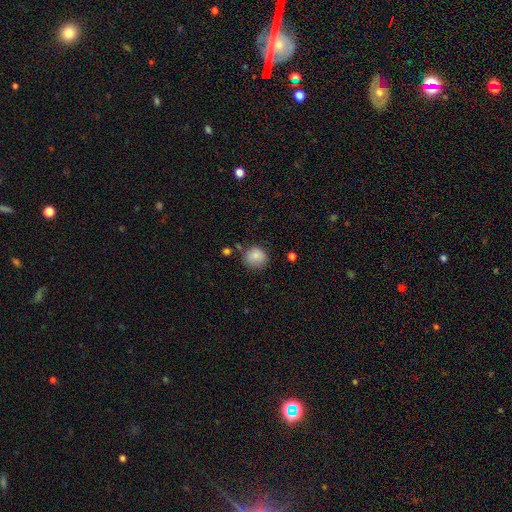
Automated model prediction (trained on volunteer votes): Smooth or featured: smooth — 85% (star or artifact — 9%)
How rounded: round — 86% (in between — 13%)
Merging: none — 71% (minor disturbance — 20%)